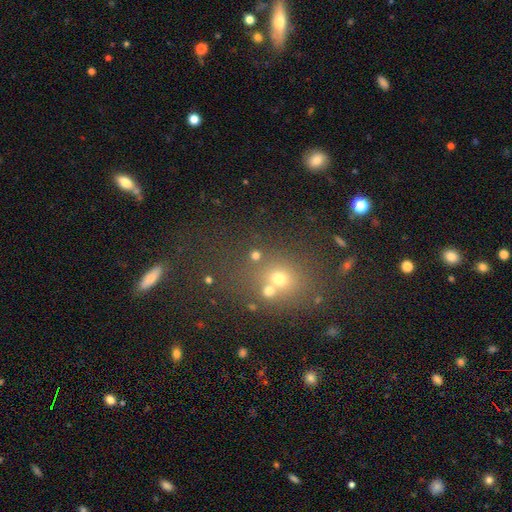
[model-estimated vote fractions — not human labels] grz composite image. It shows a smooth galaxy with no disk features (64%) that is round (82%). Merging: none (64%).